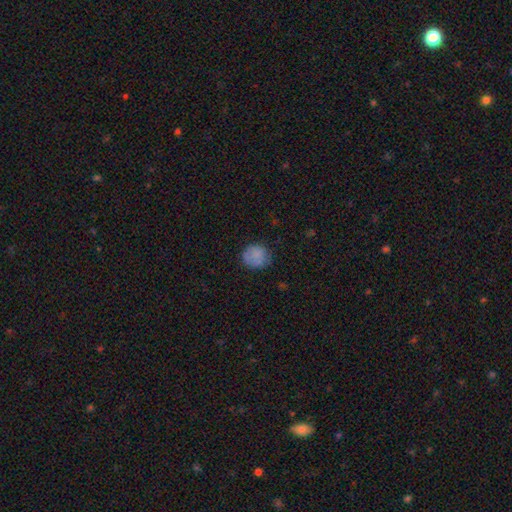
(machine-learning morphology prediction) Smooth or featured?
  - smooth: 81% *
  - featured or disk: 10%
  - star or artifact: 9%
How rounded?
  - round: 79% *
  - in between: 20%
  - cigar-shaped: 1%
Merging?
  - none: 70% *
  - minor disturbance: 22%
  - major disturbance: 6%
  - merger: 1%